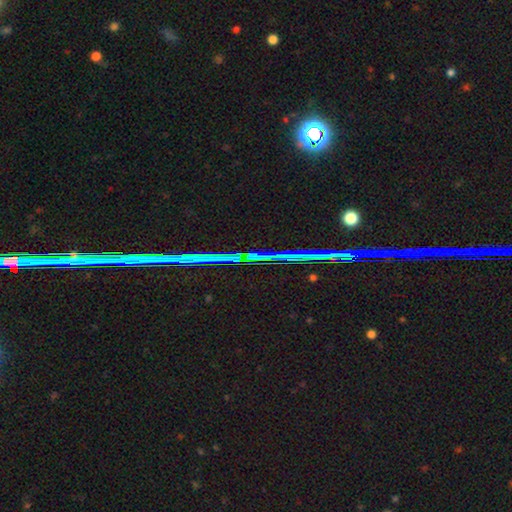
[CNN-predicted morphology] Smooth or featured?
  - star or artifact: 84% *
  - featured or disk: 9%
  - smooth: 7%